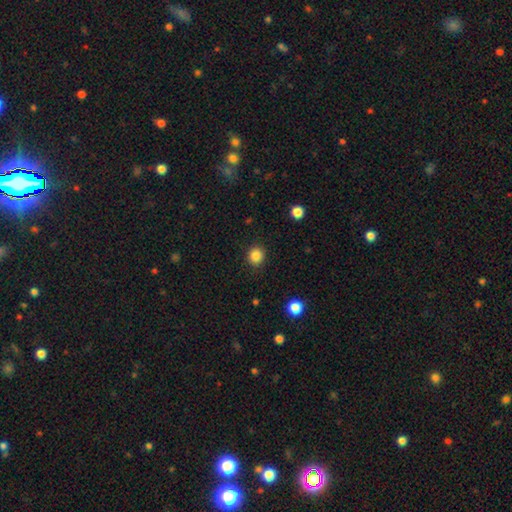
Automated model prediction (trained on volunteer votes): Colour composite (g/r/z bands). It shows a smooth galaxy with no disk features (86%) that is round (85%). Merging: none (90%).